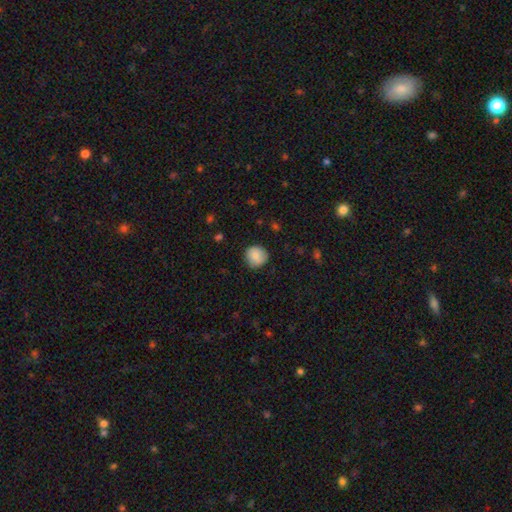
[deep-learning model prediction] Smooth or featured: smooth — 85% (featured or disk — 8%)
How rounded: round — 91% (in between — 8%)
Merging: none — 84% (minor disturbance — 12%)